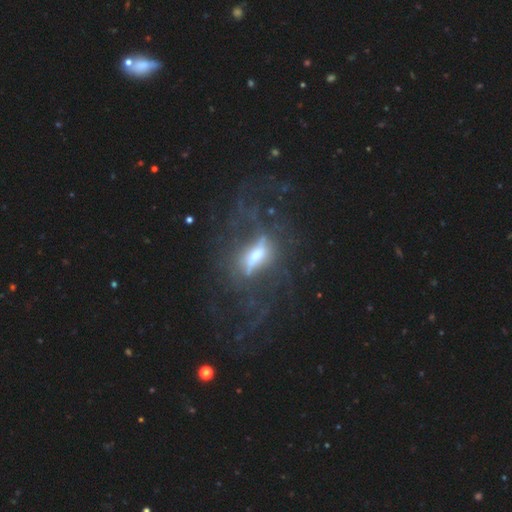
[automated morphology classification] This appears to be a featured or disk galaxy (75%) with a strong bar (51%), spiral arms (60%) and a moderate central bulge (47%). Merging: none (47%).